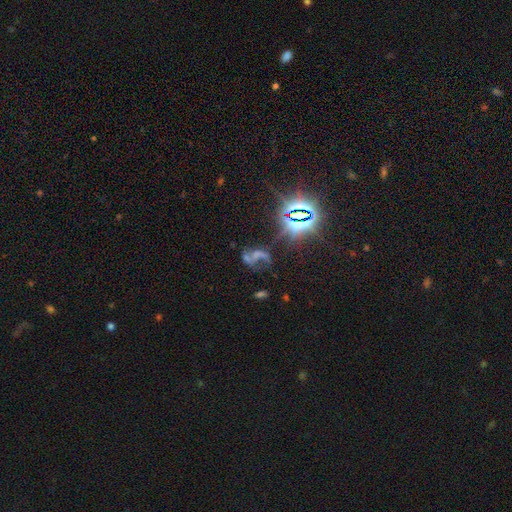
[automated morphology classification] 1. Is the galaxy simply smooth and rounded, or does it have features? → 40% star or artifact (tied), 40% featured or disk (tied), 20% smooth.